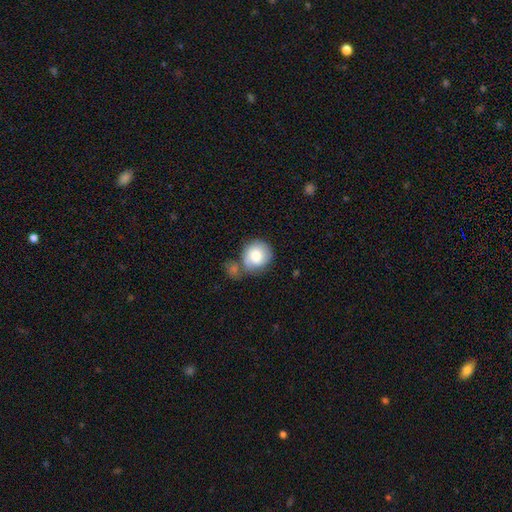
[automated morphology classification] smooth-or-featured: smooth: 75% | featured or disk: 18% | star or artifact: 7%
  how-rounded: round: 81% | in between: 18% | cigar-shaped: 1%
  merging: none: 45% | merger: 25% | minor disturbance: 21% | major disturbance: 9%